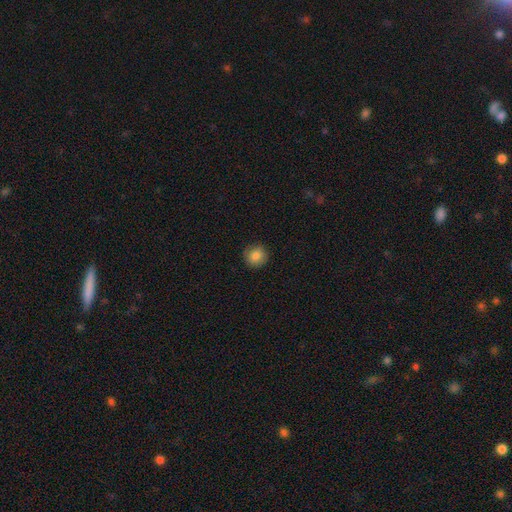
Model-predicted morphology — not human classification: Smooth or featured? smooth (83%)
How rounded? round (92%)
Merging? none (89%)